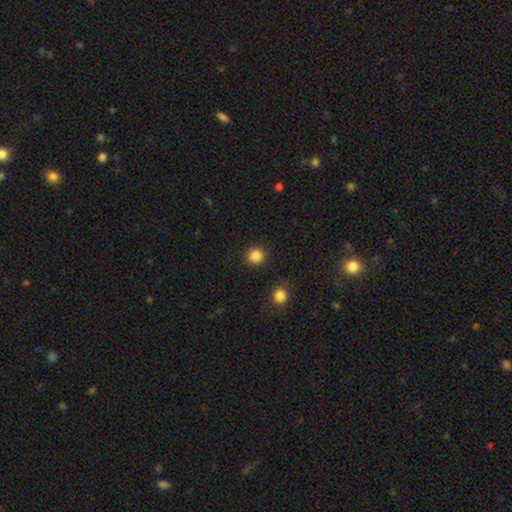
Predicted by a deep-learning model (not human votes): The model was most divided on "smooth or featured": smooth: 86%, star or artifact: 11%, featured or disk: 3%. More confident: how rounded — round (93%); merging — none (90%).